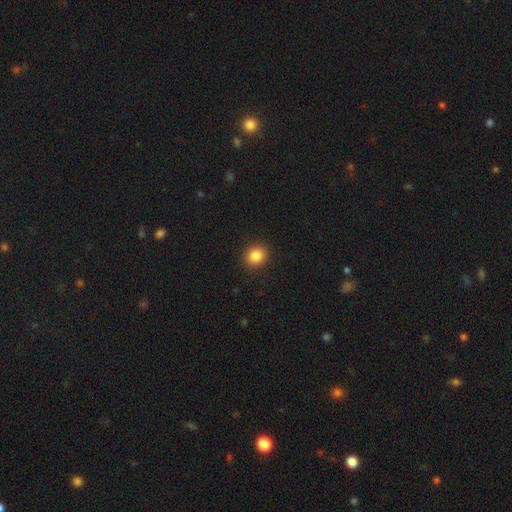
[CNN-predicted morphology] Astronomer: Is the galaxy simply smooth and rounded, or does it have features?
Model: smooth — 85%.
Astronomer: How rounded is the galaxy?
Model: round — 75%.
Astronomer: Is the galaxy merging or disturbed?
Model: none — 91%.